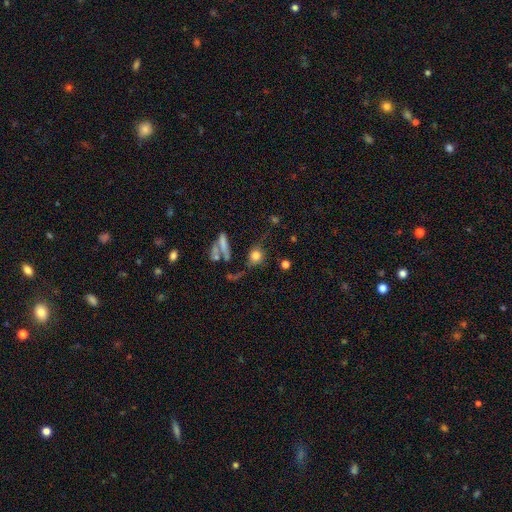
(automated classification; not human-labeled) This appears to be a smooth galaxy with no disk features (73%) that is round (75%). Merging: none (57%).